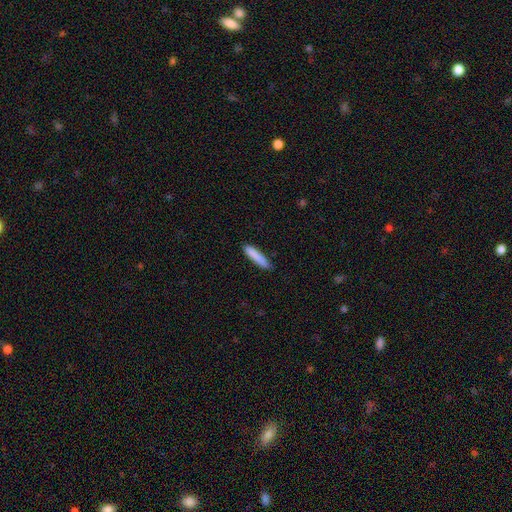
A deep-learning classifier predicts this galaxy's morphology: Q: Smooth or featured?
A: smooth (87%); runner-up: featured or disk (7%)
Q: How rounded?
A: cigar-shaped (88%); runner-up: in between (11%)
Q: Merging?
A: none (87%); runner-up: minor disturbance (10%)